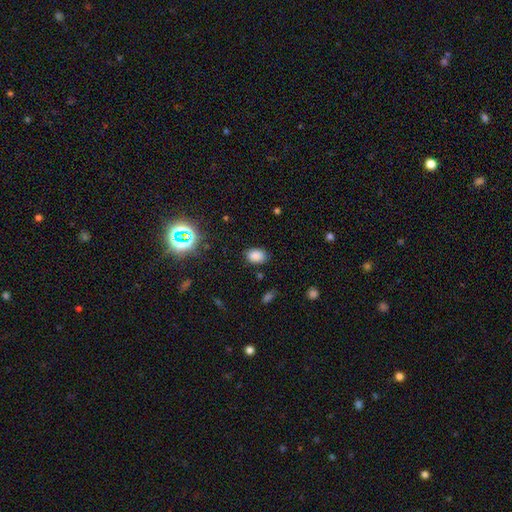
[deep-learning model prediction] Q: Smooth or featured?
A: smooth (82%); runner-up: star or artifact (13%)
Q: How rounded?
A: in between (75%); runner-up: round (24%)
Q: Merging?
A: none (83%); runner-up: minor disturbance (12%)